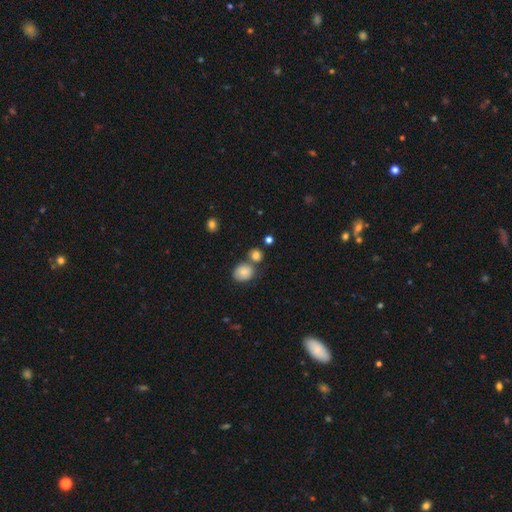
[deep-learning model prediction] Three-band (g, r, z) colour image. It shows a smooth galaxy with no disk features (81%) that is round (74%). Merging: none (60%).